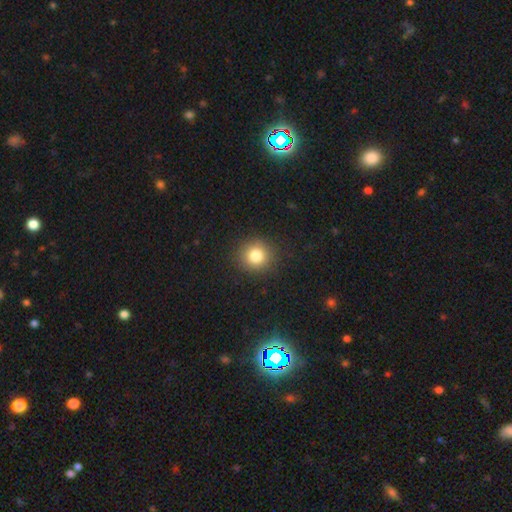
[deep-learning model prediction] Smooth or featured? smooth (82%)
How rounded? round (90%)
Merging? none (90%)